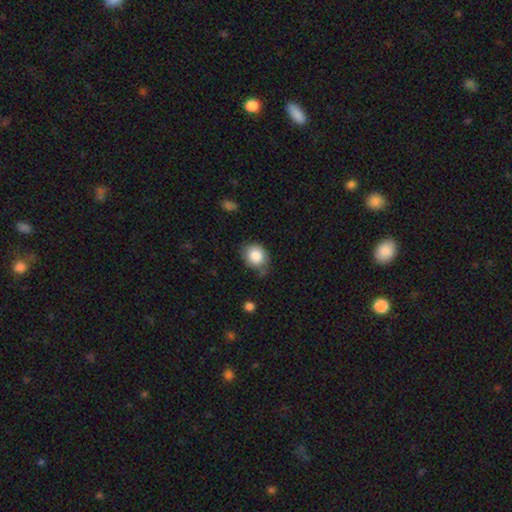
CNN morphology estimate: type=smooth (85%); roundness=round (66%); merging=none (67%).